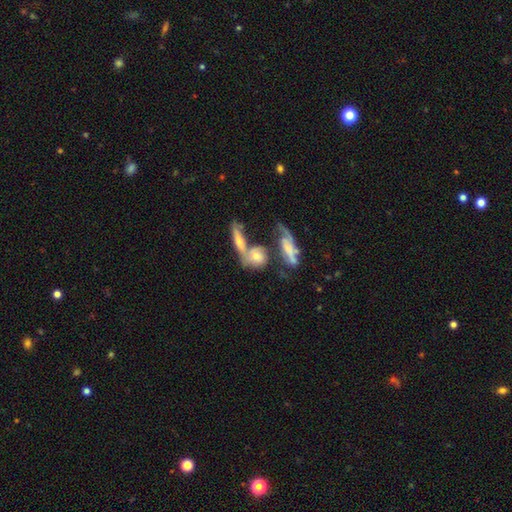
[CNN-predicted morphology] A featured or disk galaxy (51%). Merging: merger (50%).